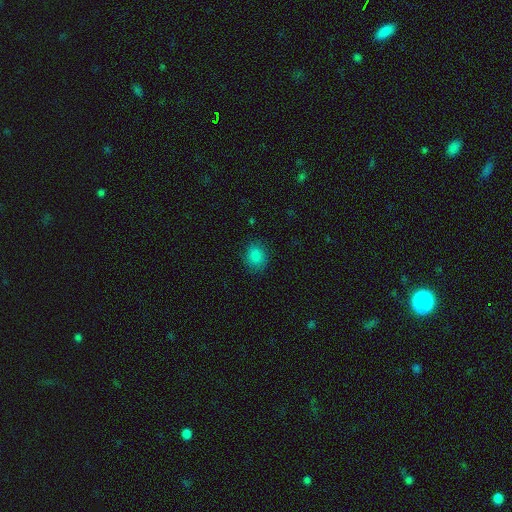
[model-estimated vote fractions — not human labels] smooth 85%, star or artifact 10%, featured or disk 5%. Down the decision tree: how rounded — round (62%); merging — none (83%).